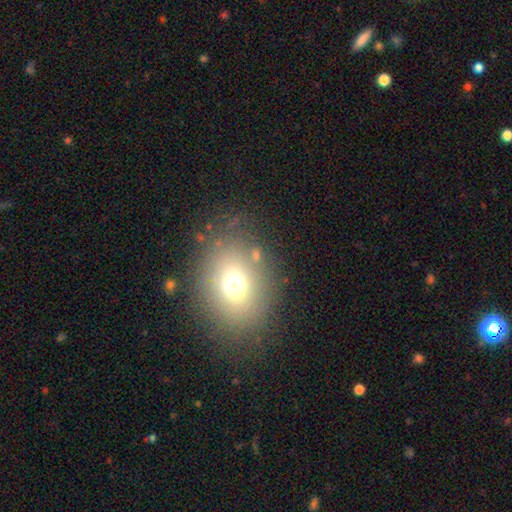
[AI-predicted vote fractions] This is likely a smooth galaxy (67%). How rounded: possibly in between (52%). Merging: likely none (76%).